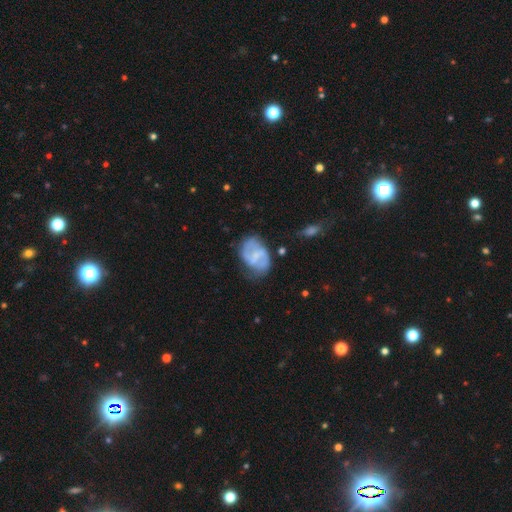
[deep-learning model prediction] smooth_or_featured: featured or disk (p=0.70) [alt: smooth p=0.24]
disk_edge_on: no (p=0.97) [alt: yes p=0.03]
bar: weak (p=0.52) [alt: no p=0.25]
has_spiral_arms: yes (p=0.81) [alt: no p=0.19]
spiral_winding: medium (p=0.47) [alt: loose p=0.29]
spiral_arm_count: 2 (p=0.80) [alt: can't tell p=0.13]
bulge_size: small (p=0.43) [alt: none p=0.35]
merging: none (p=0.57) [alt: minor disturbance p=0.26]